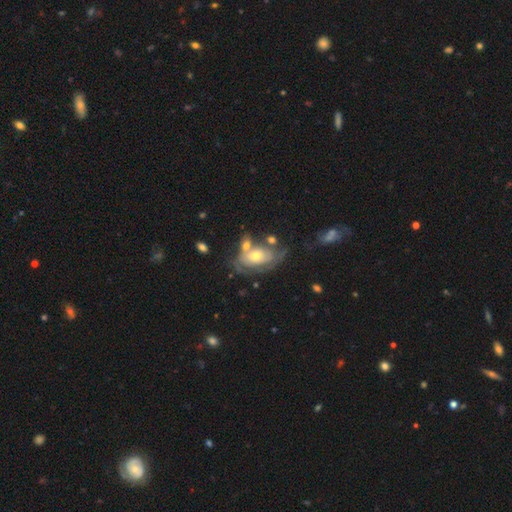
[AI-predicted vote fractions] This appears to be a featured or disk galaxy (62%) with no bar (81%), spiral arms (61%) and a moderate central bulge (58%). Merging: none (34%).